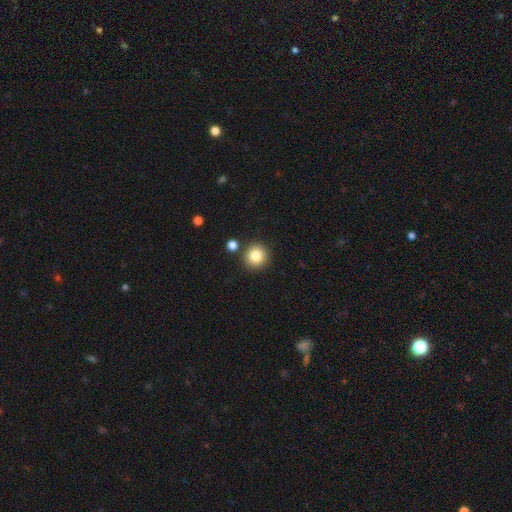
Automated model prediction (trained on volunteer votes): Overall: smooth (83%). How rounded: round (94%). Merging: none (85%).